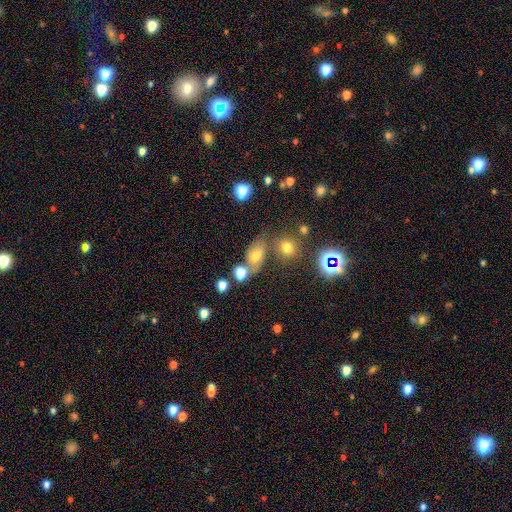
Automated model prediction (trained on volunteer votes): Morphology: type=smooth (62%); roundness=in between (73%); merging=none (51%).